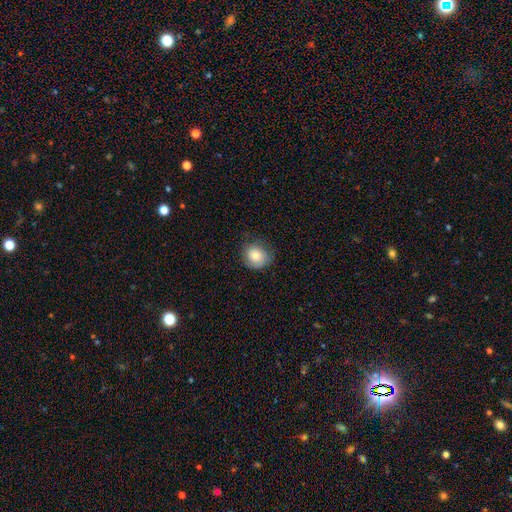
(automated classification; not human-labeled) Smooth or featured: smooth — 79% (featured or disk — 12%)
How rounded: round — 73% (in between — 27%)
Merging: none — 72% (minor disturbance — 22%)